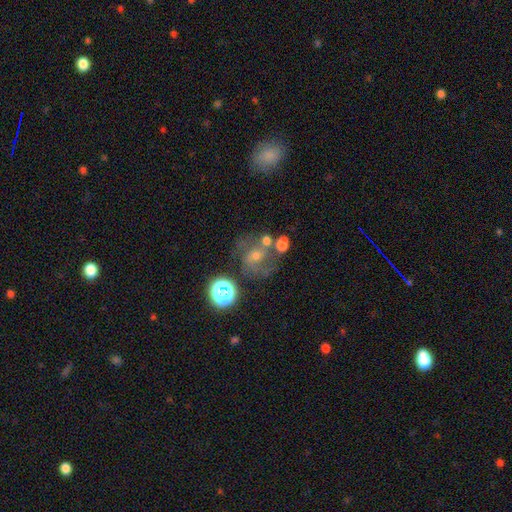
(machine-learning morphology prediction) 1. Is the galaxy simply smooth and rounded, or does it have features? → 56% featured or disk, 24% smooth, 20% star or artifact.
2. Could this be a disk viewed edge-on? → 97% no, 3% yes.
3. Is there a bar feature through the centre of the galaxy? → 54% no, 35% weak, 12% strong.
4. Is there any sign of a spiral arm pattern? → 81% yes, 19% no.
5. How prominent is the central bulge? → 46% small, 43% moderate, 5% none, 4% large, 2% dominant.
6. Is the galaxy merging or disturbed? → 50% none, 18% merger, 18% minor disturbance, 14% major disturbance.